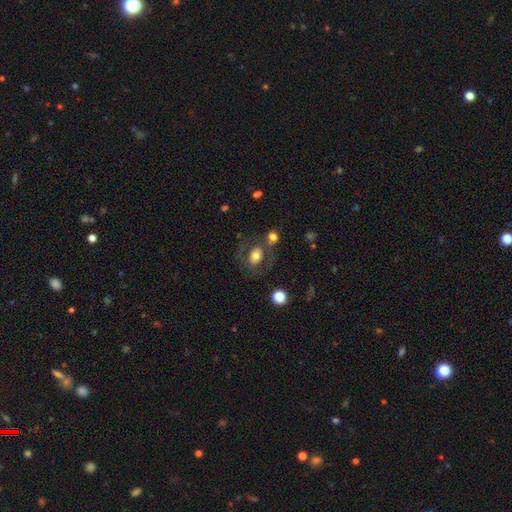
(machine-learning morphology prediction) The model was most divided on "how rounded": in between: 55%, round: 44%, cigar-shaped: 1%. More confident: merging — none (63%); smooth or featured — smooth (57%).